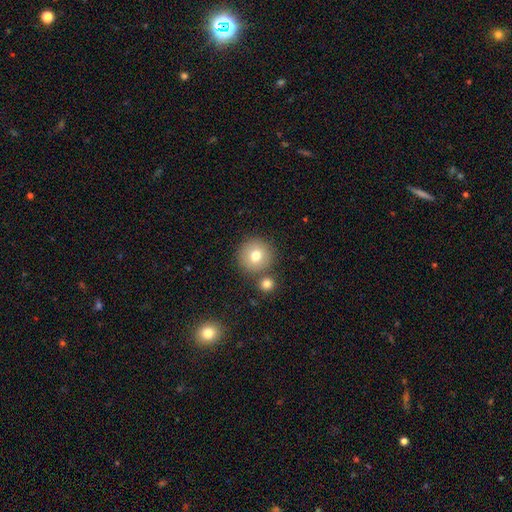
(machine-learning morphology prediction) Smooth or featured? Predicted: smooth (p=0.76). How rounded? Predicted: round (p=0.94). Merging? Predicted: none (p=0.77).